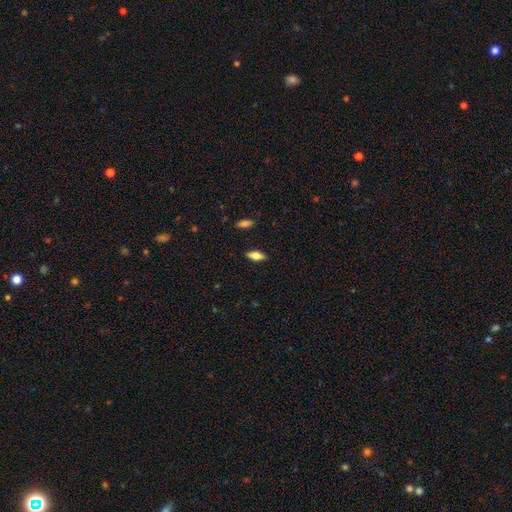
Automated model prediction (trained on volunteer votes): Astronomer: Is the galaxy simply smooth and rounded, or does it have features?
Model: smooth — 75%.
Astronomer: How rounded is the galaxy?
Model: in between — 79%.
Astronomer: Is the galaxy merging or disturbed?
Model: none — 88%.